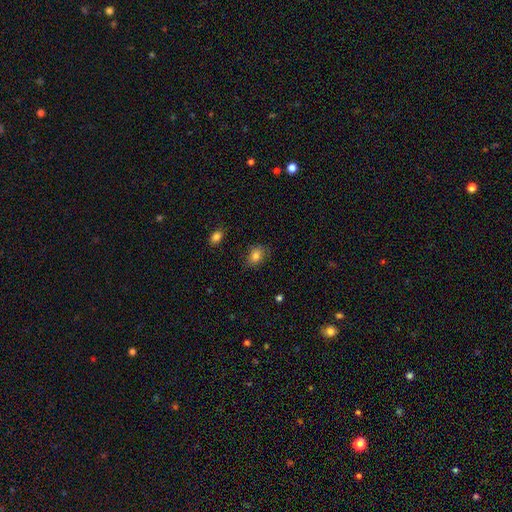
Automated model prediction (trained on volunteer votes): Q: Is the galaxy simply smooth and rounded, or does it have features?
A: smooth — 82%.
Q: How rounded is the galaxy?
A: in between — 69%.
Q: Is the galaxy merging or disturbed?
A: none — 78%.